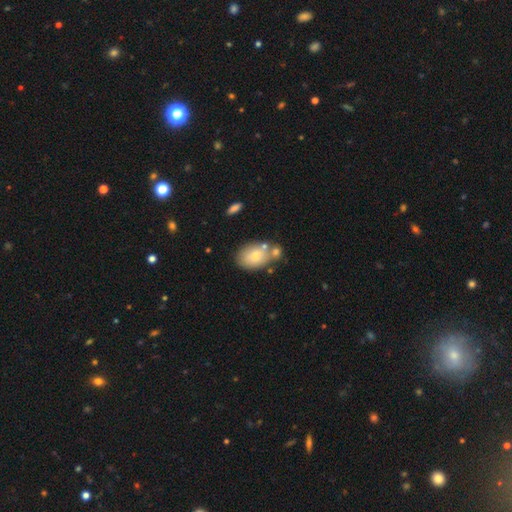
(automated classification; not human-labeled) Smooth or featured: smooth — 72% (featured or disk — 20%)
How rounded: in between — 80% (round — 18%)
Merging: none — 59% (merger — 21%)